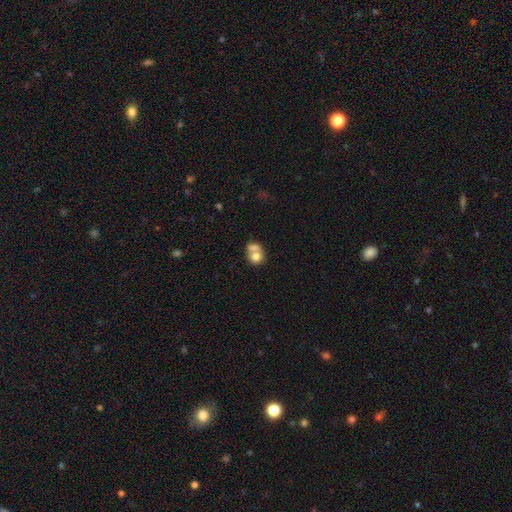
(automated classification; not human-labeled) smooth-or-featured: smooth: 71% | featured or disk: 19% | star or artifact: 9%
  how-rounded: round: 66% | in between: 33% | cigar-shaped: 1%
  merging: merger: 60% | none: 27% | minor disturbance: 8% | major disturbance: 5%